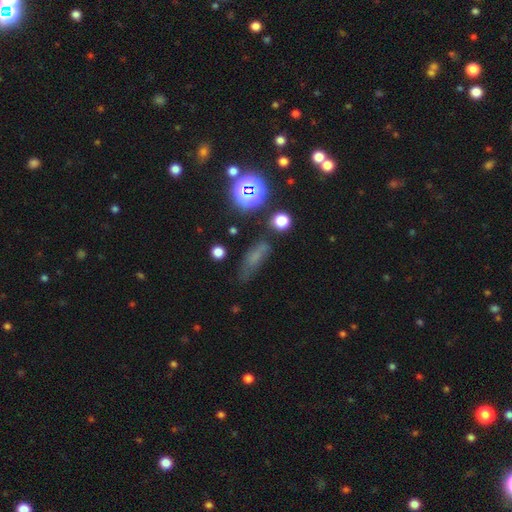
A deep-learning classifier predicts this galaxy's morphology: Q: Smooth or featured?
A: smooth (56%); runner-up: star or artifact (26%)
Q: How rounded?
A: in between (49%); runner-up: cigar-shaped (40%)
Q: Merging?
A: none (59%); runner-up: minor disturbance (25%)